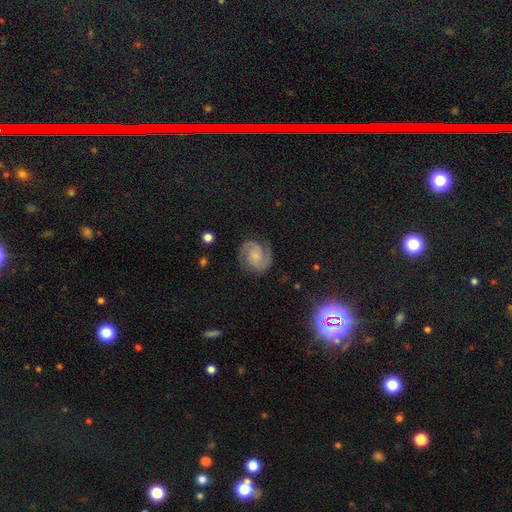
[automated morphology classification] Q: Smooth or featured?
A: featured or disk (87%); runner-up: smooth (7%)
Q: Edge-on disk?
A: no (98%); runner-up: yes (2%)
Q: Bar?
A: no (60%); runner-up: weak (33%)
Q: Spiral arms?
A: yes (98%); runner-up: no (2%)
Q: Spiral winding?
A: medium (49%); runner-up: tight (41%)
Q: Spiral arm count?
A: 2 (92%); runner-up: can't tell (2%)
Q: Bulge size?
A: small (39%); runner-up: none (33%)
Q: Merging?
A: none (83%); runner-up: minor disturbance (12%)